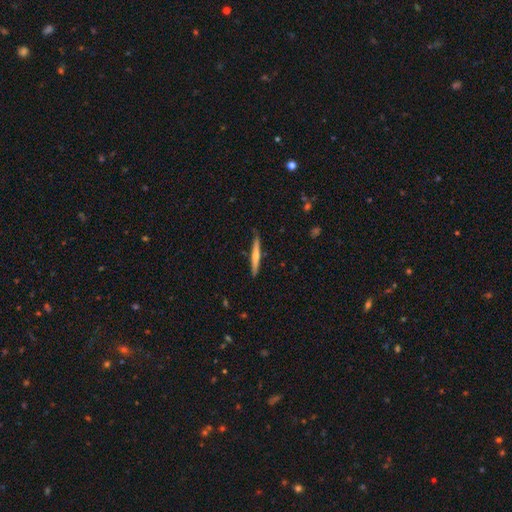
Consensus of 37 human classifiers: Smooth or featured: smooth — 62% (featured or disk — 38%)
How rounded: cigar-shaped — 91% (round — 4%)
Merging: none — 89% (minor disturbance — 11%)